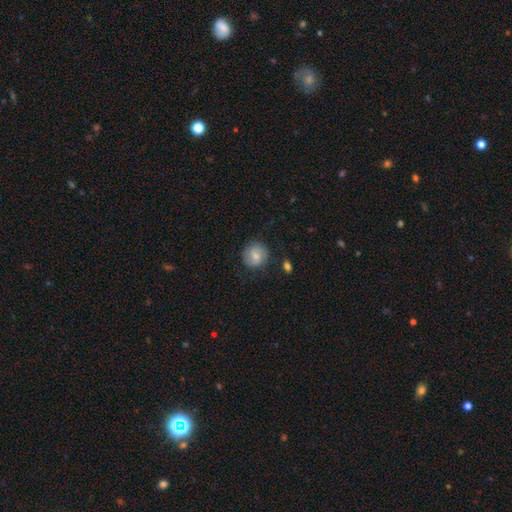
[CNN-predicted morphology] Smooth or featured: smooth — 62% (featured or disk — 30%)
How rounded: round — 87% (in between — 12%)
Merging: none — 80% (minor disturbance — 14%)